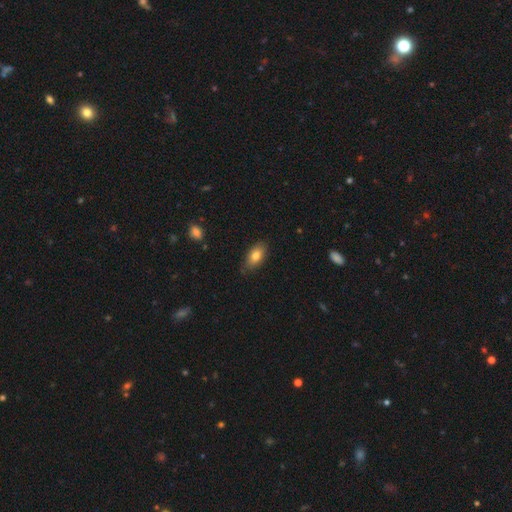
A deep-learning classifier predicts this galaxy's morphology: The model was most divided on "merging": none: 79%, minor disturbance: 17%, major disturbance: 3%, merger: 1%. More confident: how rounded — in between (90%); smooth or featured — smooth (79%).